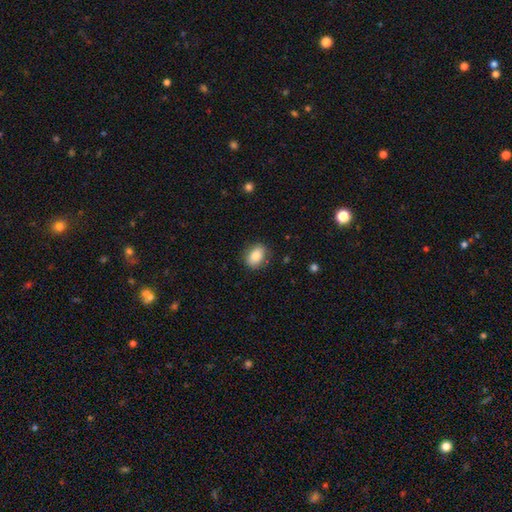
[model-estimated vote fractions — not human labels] A smooth galaxy with no disk features (84%) that is in between round and cigar-shaped (79%).

Vote fractions:
- Smooth or featured? smooth: 84% / featured or disk: 8% / star or artifact: 8%
- How rounded? in between: 79% / round: 19% / cigar-shaped: 1%
- Merging? none: 84% / minor disturbance: 12% / major disturbance: 3% / merger: 1%